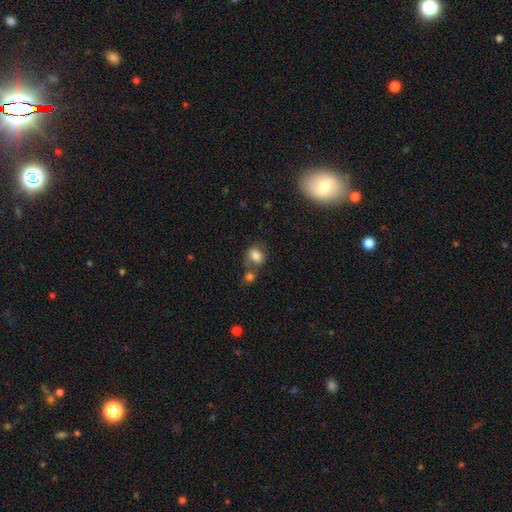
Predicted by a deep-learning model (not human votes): smooth_or_featured: smooth (p=0.79) [alt: featured or disk p=0.11]
how_rounded: in between (p=0.57) [alt: round p=0.42]
merging: none (p=0.47) [alt: merger p=0.32]